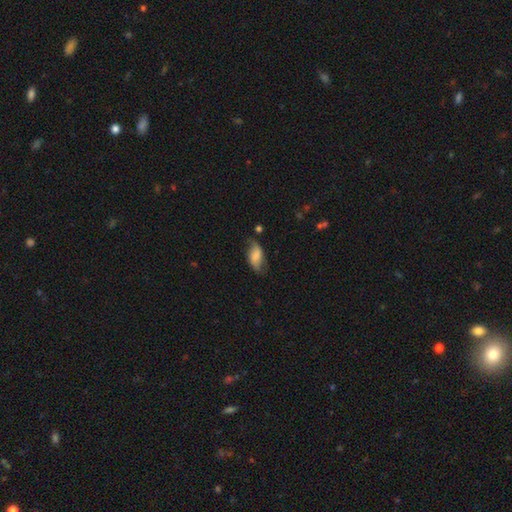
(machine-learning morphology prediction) smooth_or_featured: smooth (p=0.64) [alt: featured or disk p=0.28]
how_rounded: in between (p=0.89) [alt: cigar-shaped p=0.06]
merging: none (p=0.53) [alt: minor disturbance p=0.32]